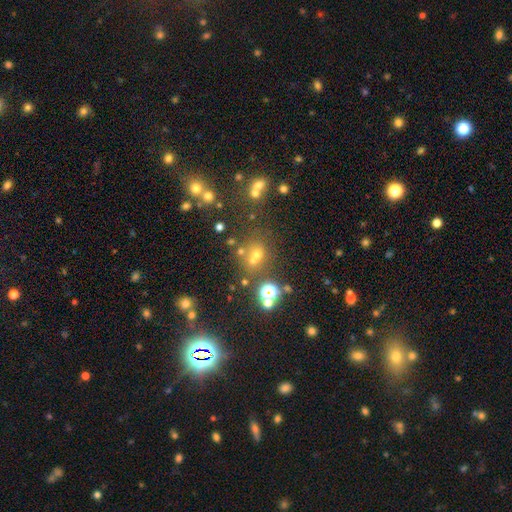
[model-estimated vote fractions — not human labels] Smooth or featured? smooth (44%)
Merging? none (59%)